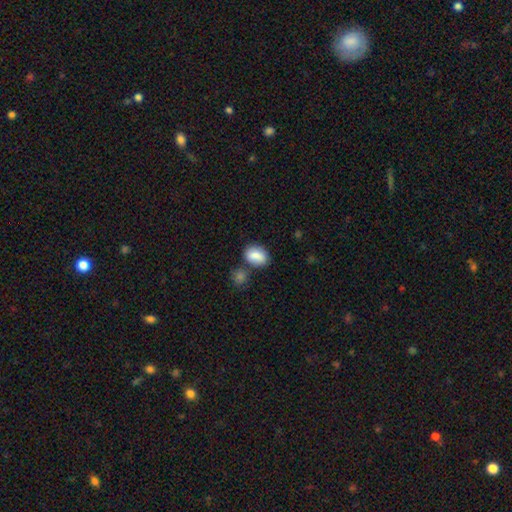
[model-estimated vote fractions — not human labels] This appears to be a smooth galaxy with no disk features (85%) that is in between round and cigar-shaped (79%). Merging: none (61%).